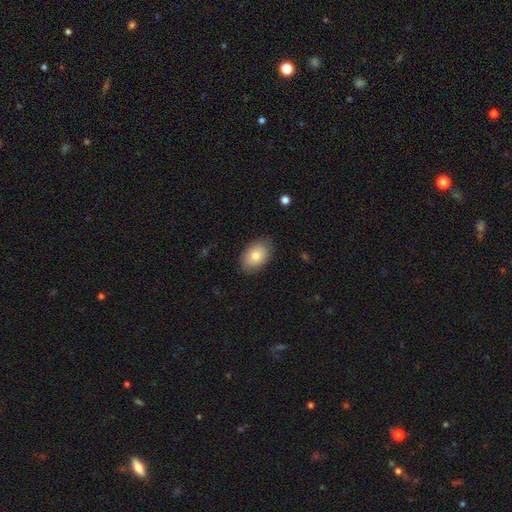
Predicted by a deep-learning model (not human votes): Morphology: type=smooth (79%); roundness=in between (86%); merging=none (81%).